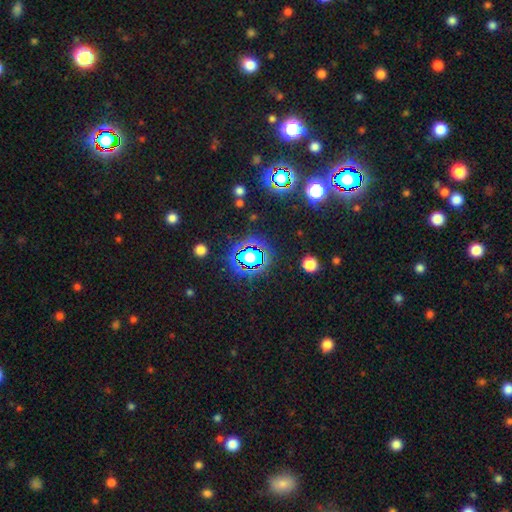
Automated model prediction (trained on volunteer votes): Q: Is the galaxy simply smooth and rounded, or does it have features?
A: star or artifact — 63%.